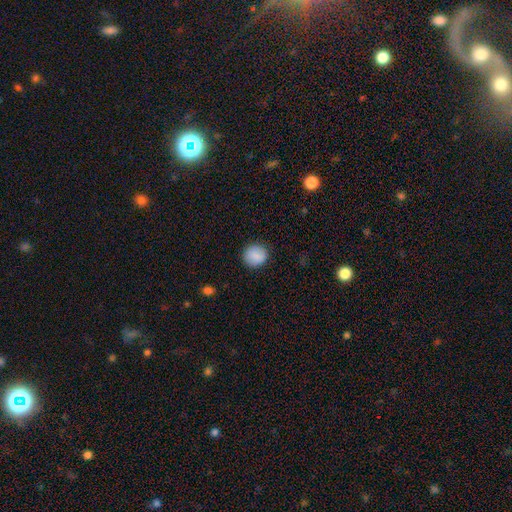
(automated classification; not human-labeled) This appears to be a smooth galaxy with no disk features (88%) that is round (88%). Merging: none (89%).